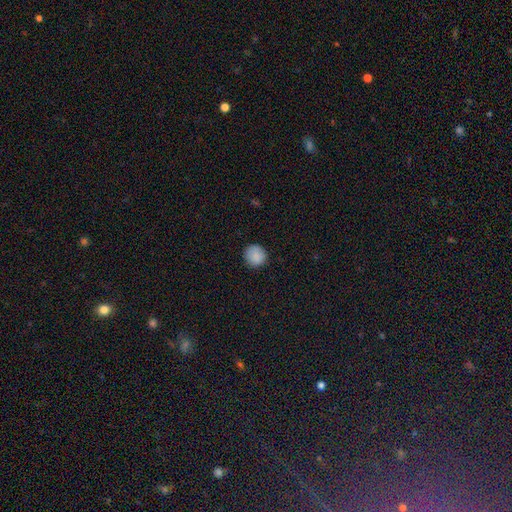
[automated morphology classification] smooth_or_featured: smooth (p=0.87) [alt: star or artifact p=0.09]
how_rounded: round (p=0.92) [alt: in between p=0.07]
merging: none (p=0.87) [alt: minor disturbance p=0.10]